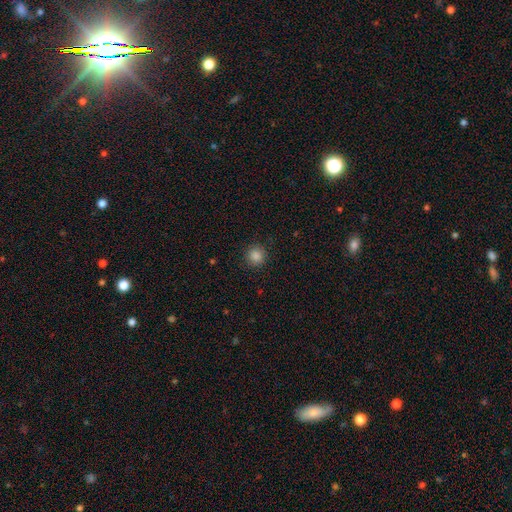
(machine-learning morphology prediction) This appears to be a smooth galaxy with no disk features (86%) that is round (93%). Merging: none (90%).